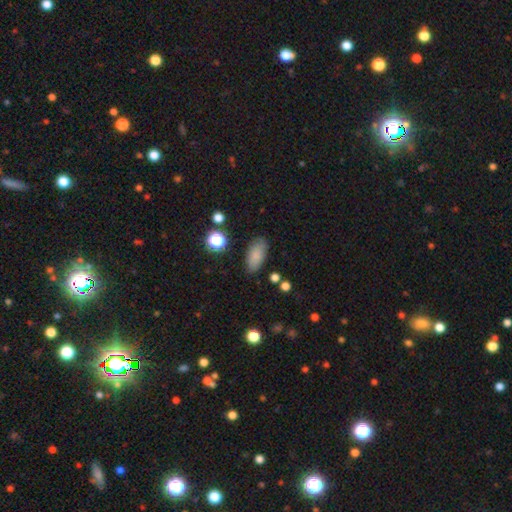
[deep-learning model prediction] Smooth or featured? Predicted: smooth (p=0.83). How rounded? Predicted: in between (p=0.90). Merging? Predicted: none (p=0.83).